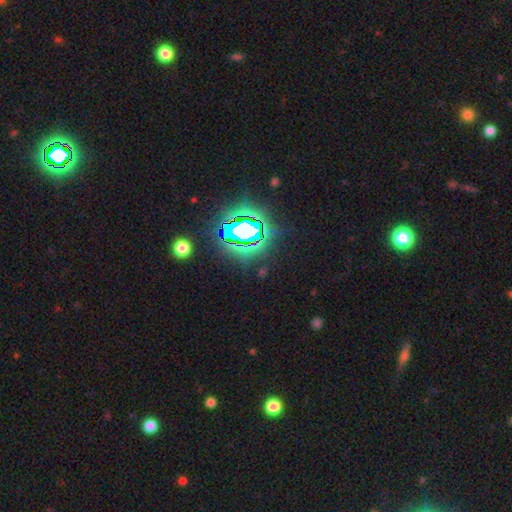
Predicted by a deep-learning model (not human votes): Smooth or featured? Predicted: star or artifact (p=0.83).